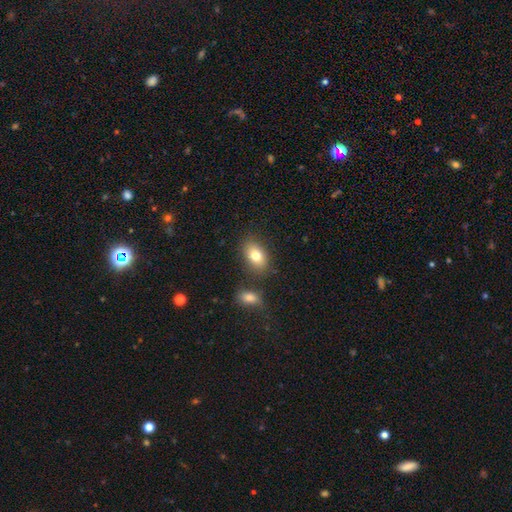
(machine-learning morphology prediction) smooth-or-featured: smooth: 78% | featured or disk: 13% | star or artifact: 9%
  how-rounded: in between: 86% | round: 13% | cigar-shaped: 2%
  merging: none: 76% | minor disturbance: 11% | merger: 9% | major disturbance: 3%